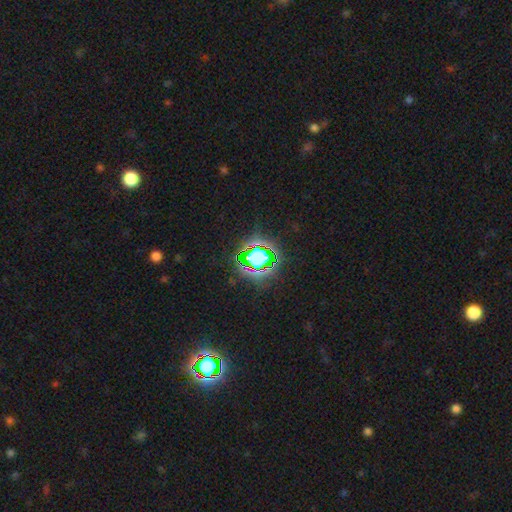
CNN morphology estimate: This appears to be a star or artifact, not a galaxy (79%).